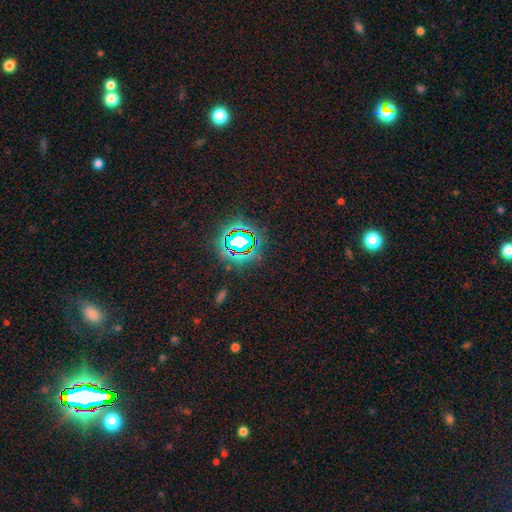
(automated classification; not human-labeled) Smooth or featured? star or artifact (81%)